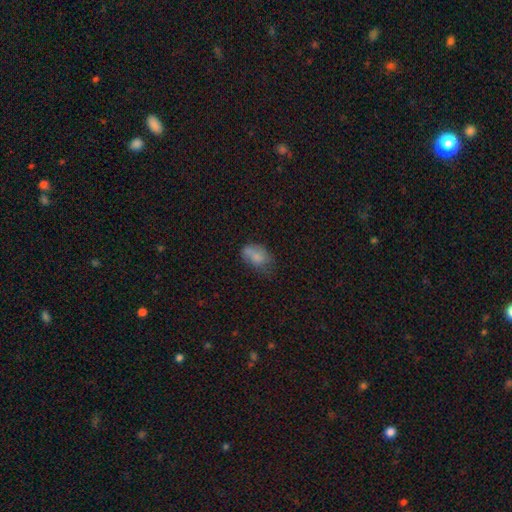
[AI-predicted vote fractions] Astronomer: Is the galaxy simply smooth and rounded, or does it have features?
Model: smooth — 75%.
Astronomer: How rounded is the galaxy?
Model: in between — 85%.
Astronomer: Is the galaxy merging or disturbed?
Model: none — 45% (runner-up: minor disturbance, 31%).